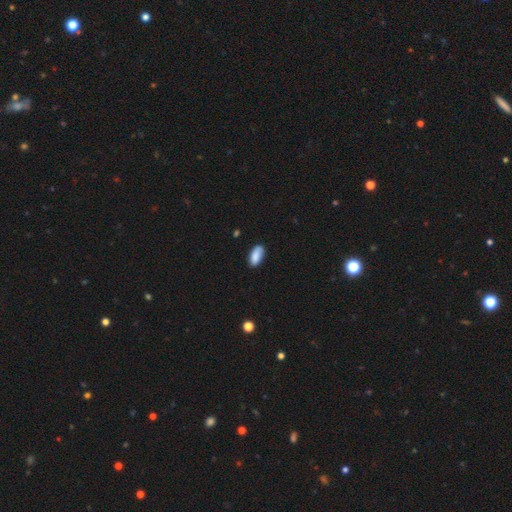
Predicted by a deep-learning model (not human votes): Smooth or featured? Predicted: smooth (p=0.87). How rounded? Predicted: in between (p=0.90). Merging? Predicted: none (p=0.78).